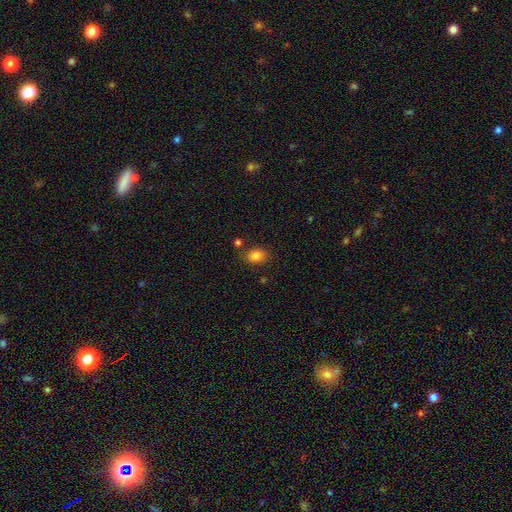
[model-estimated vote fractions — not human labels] smooth 84%, star or artifact 10%, featured or disk 6%. Down the decision tree: how rounded — in between (68%); merging — none (76%).